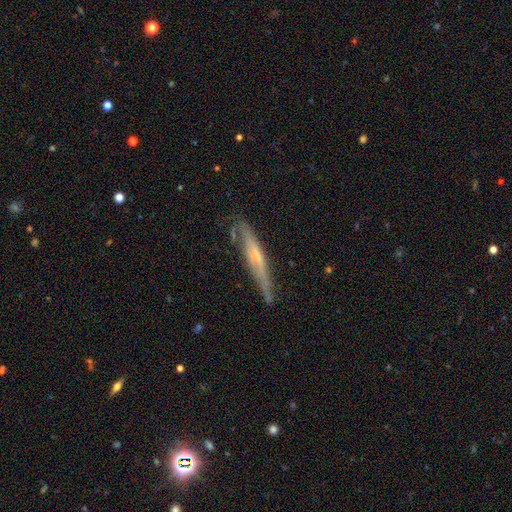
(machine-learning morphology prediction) Smooth or featured?
  - featured or disk: 67% *
  - smooth: 26%
  - star or artifact: 7%
Edge-on disk?
  - yes: 85% *
  - no: 15%
Edge-on bulge?
  - rounded: 57% *
  - none: 38%
  - boxy: 6%
Merging?
  - none: 67% *
  - minor disturbance: 25%
  - major disturbance: 6%
  - merger: 3%